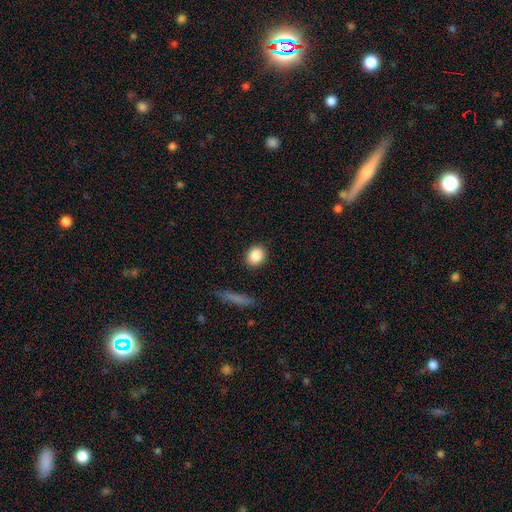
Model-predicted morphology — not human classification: This is clearly a smooth galaxy (86%). How rounded: likely round (68%). Merging: clearly none (89%).